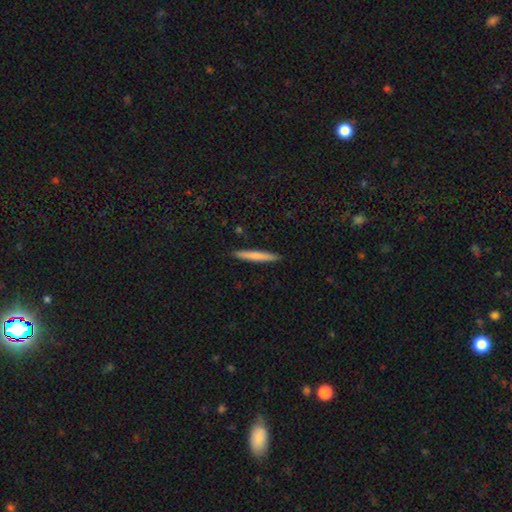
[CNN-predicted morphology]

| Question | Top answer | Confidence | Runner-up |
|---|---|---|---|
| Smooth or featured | smooth | 72% | featured or disk (23%) |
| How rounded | cigar-shaped | 96% | in between (2%) |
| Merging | none | 92% | minor disturbance (6%) |